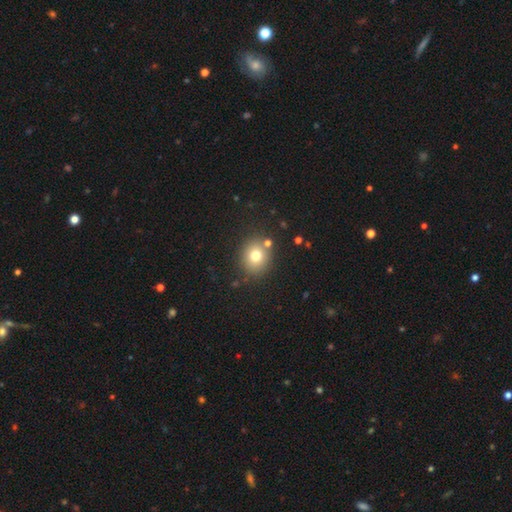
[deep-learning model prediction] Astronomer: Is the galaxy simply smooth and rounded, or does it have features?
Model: smooth — 75%.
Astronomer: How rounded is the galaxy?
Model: round — 76%.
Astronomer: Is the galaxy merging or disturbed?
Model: none — 83%.